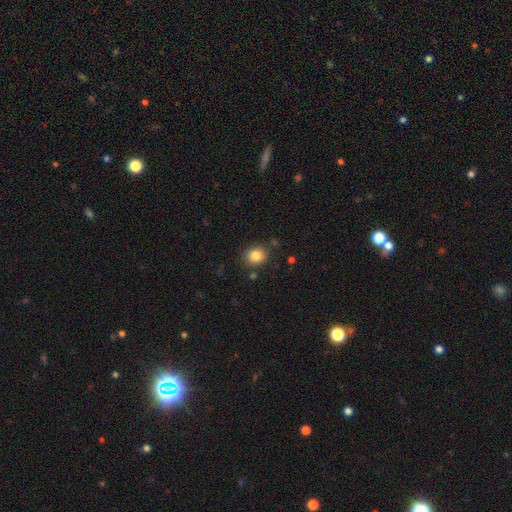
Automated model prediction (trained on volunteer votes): Smooth or featured?
  - smooth: 84% *
  - star or artifact: 10%
  - featured or disk: 6%
How rounded?
  - round: 69% *
  - in between: 30%
  - cigar-shaped: 1%
Merging?
  - none: 83% *
  - minor disturbance: 10%
  - merger: 3%
  - major disturbance: 3%